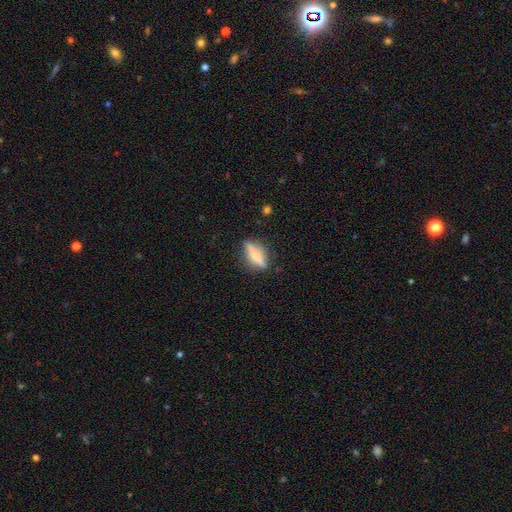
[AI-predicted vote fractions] smooth_or_featured: featured or disk (p=0.49) [alt: smooth p=0.42]
merging: none (p=0.78) [alt: minor disturbance p=0.15]